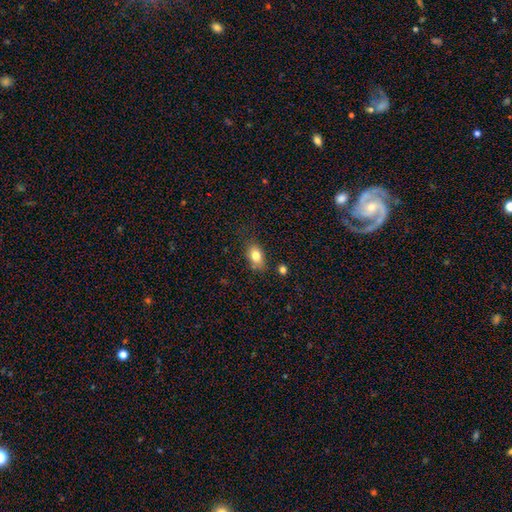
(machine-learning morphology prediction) Smooth or featured: smooth — 80% (featured or disk — 11%)
How rounded: in between — 84% (round — 13%)
Merging: none — 71% (minor disturbance — 20%)